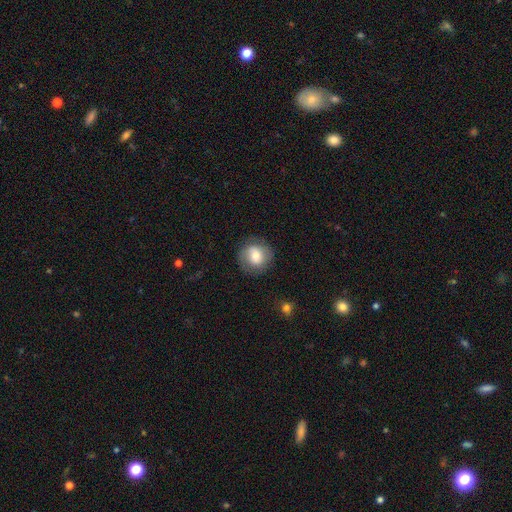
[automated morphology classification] Smooth or featured? Predicted: smooth (p=0.65). How rounded? Predicted: round (p=0.86). Merging? Predicted: none (p=0.81).